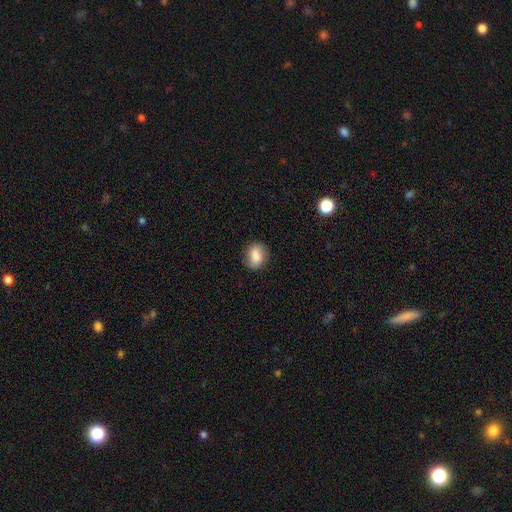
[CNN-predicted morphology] type=smooth (80%); roundness=in between (60%); merging=none (84%).